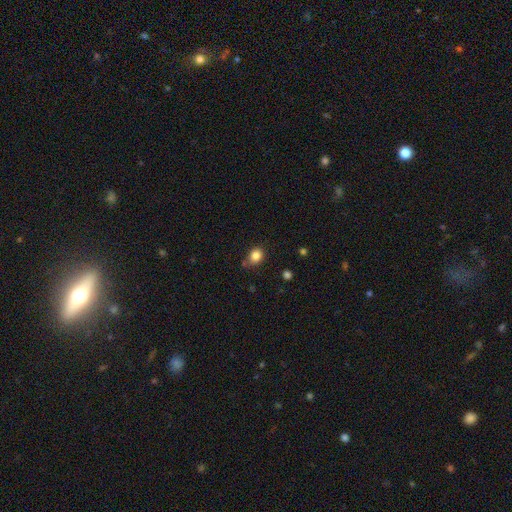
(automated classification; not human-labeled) This appears to be a smooth galaxy with no disk features (84%) that is round (59%). Merging: none (73%).